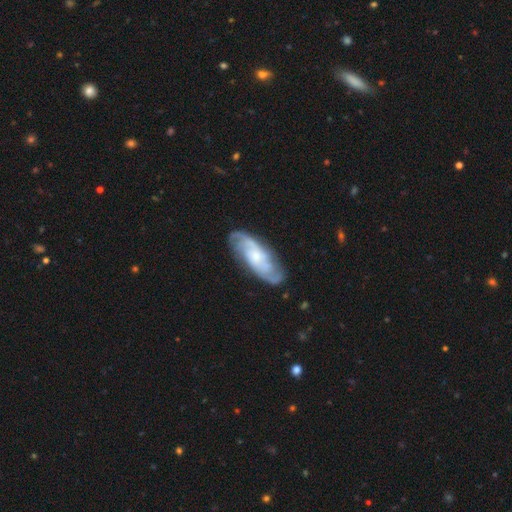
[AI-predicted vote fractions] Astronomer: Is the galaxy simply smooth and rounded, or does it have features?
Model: featured or disk — 80%.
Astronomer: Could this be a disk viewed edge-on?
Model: no — 91%.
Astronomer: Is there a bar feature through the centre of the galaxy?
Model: no — 63%.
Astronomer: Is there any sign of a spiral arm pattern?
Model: yes — 95%.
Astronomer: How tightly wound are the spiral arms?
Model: tight — 45% (runner-up: medium, 41%).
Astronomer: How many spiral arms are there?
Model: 2 — 51%.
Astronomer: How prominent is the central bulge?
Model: small — 60%.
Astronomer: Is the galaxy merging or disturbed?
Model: none — 80%.